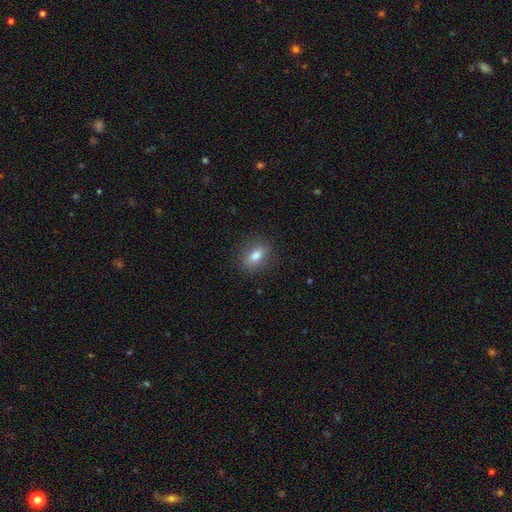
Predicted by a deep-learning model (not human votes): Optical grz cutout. It shows a smooth galaxy with no disk features (79%) that is in between round and cigar-shaped (74%). Merging: none (86%).